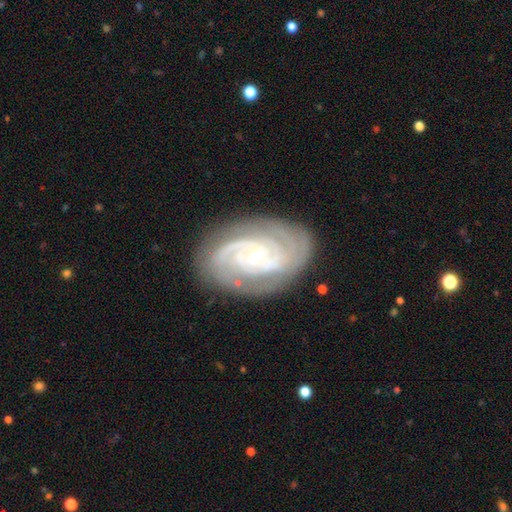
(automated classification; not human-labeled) The model was most divided on "spiral arm count": 2: 37%, 3: 24%, can't tell: 20%, 4: 9%, more than 4: 6%, 1: 5%. More confident: spiral arms — yes (97%); edge-on disk — no (97%); smooth or featured — featured or disk (88%); bulge size — small (80%); merging — none (79%); bar — no (71%); spiral winding — tight (70%).